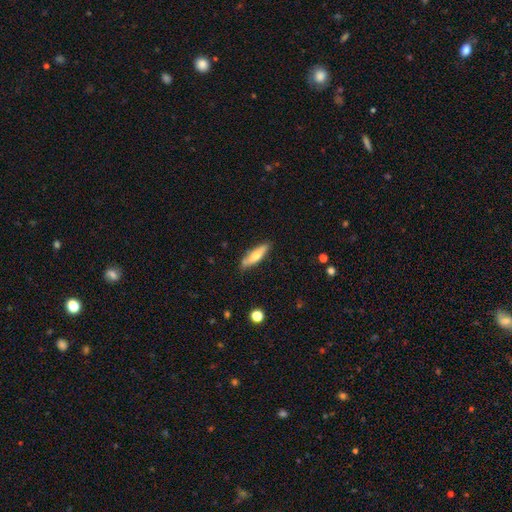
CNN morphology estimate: Smooth or featured? Predicted: smooth (p=0.60). How rounded? Predicted: cigar-shaped (p=0.67). Merging? Predicted: none (p=0.82).